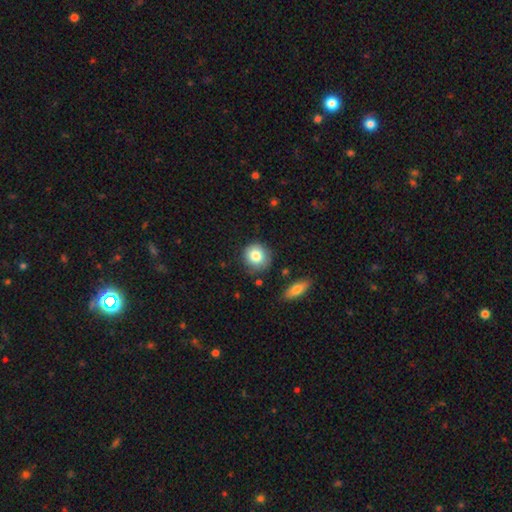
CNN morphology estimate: Smooth or featured?
  - smooth: 82% *
  - featured or disk: 10%
  - star or artifact: 8%
How rounded?
  - round: 89% *
  - in between: 10%
  - cigar-shaped: 1%
Merging?
  - none: 80% *
  - minor disturbance: 14%
  - major disturbance: 3%
  - merger: 3%